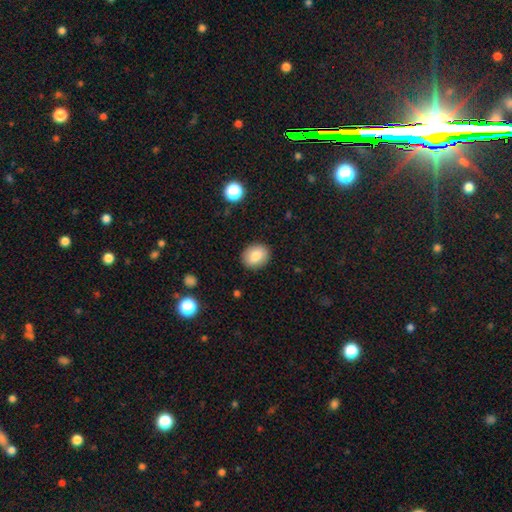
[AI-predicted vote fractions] A smooth galaxy with no disk features (82%) that is round (54%).

Vote fractions:
- Smooth or featured? smooth: 82% / featured or disk: 10% / star or artifact: 8%
- How rounded? round: 54% / in between: 45% / cigar-shaped: 1%
- Merging? none: 89% / minor disturbance: 8% / major disturbance: 2% / merger: 1%